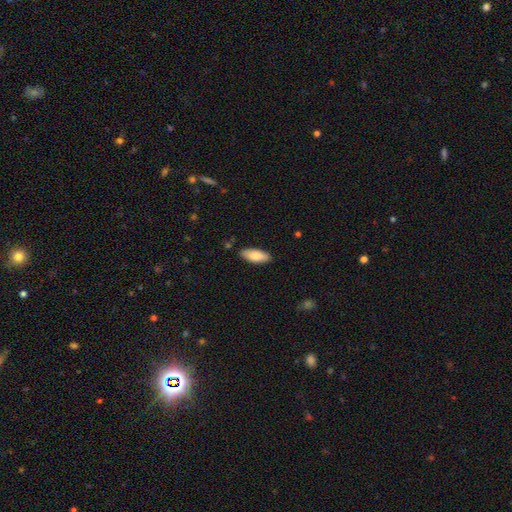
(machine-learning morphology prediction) This is clearly a smooth galaxy (83%). How rounded: likely in between (79%). Merging: clearly none (86%).